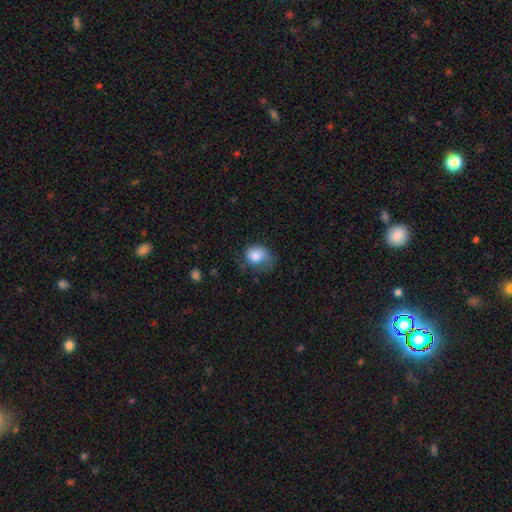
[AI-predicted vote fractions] smooth 80%, featured or disk 12%, star or artifact 8%. Down the decision tree: how rounded — round (50%); merging — none (41%).